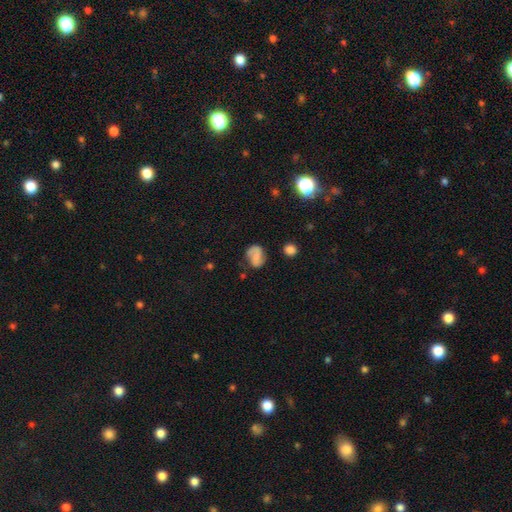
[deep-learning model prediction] smooth_or_featured: smooth (p=0.53) [alt: featured or disk p=0.35]
how_rounded: in between (p=0.61) [alt: round p=0.37]
merging: none (p=0.56) [alt: minor disturbance p=0.25]